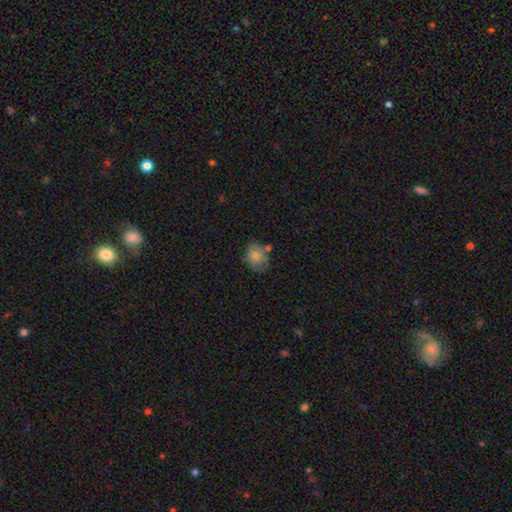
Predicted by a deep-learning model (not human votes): A smooth galaxy with no disk features (72%) that is round (56%).

Vote fractions:
- Smooth or featured? smooth: 72% / featured or disk: 20% / star or artifact: 8%
- How rounded? round: 56% / in between: 43% / cigar-shaped: 1%
- Merging? none: 56% / minor disturbance: 26% / merger: 11% / major disturbance: 7%